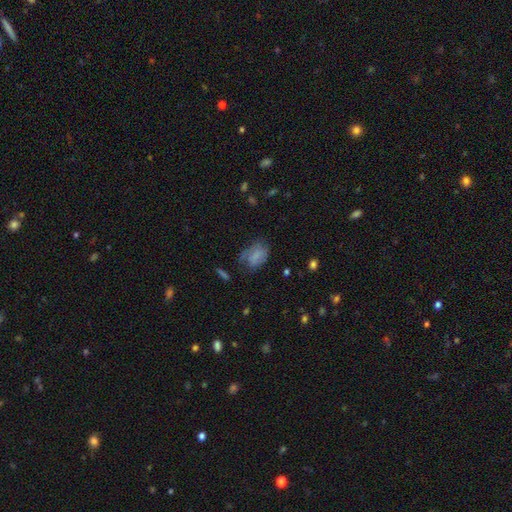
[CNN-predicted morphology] Smooth or featured: smooth — 62% (featured or disk — 28%)
How rounded: in between — 82% (round — 16%)
Merging: none — 43% (minor disturbance — 29%)